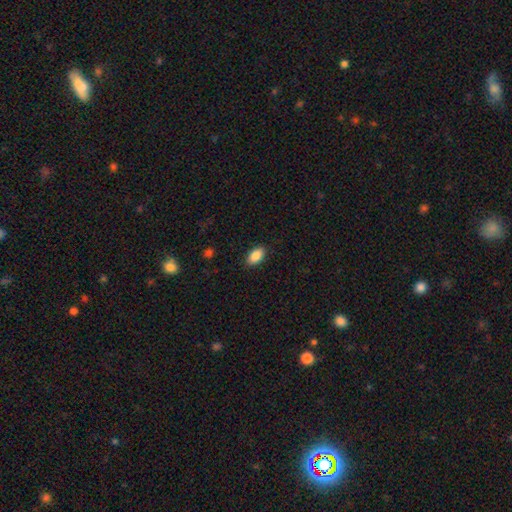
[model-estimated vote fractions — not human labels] Smooth or featured? Predicted: smooth (p=0.88). How rounded? Predicted: in between (p=0.93). Merging? Predicted: none (p=0.89).